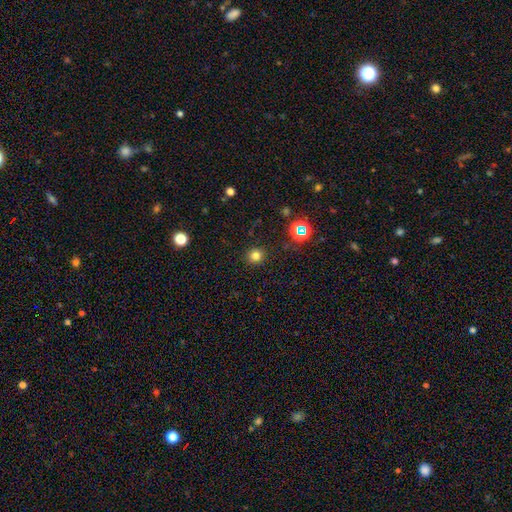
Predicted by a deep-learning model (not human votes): smooth-or-featured: smooth: 77% | star or artifact: 18% | featured or disk: 6%
  how-rounded: round: 91% | in between: 8% | cigar-shaped: 1%
  merging: none: 90% | minor disturbance: 6% | major disturbance: 2% | merger: 1%